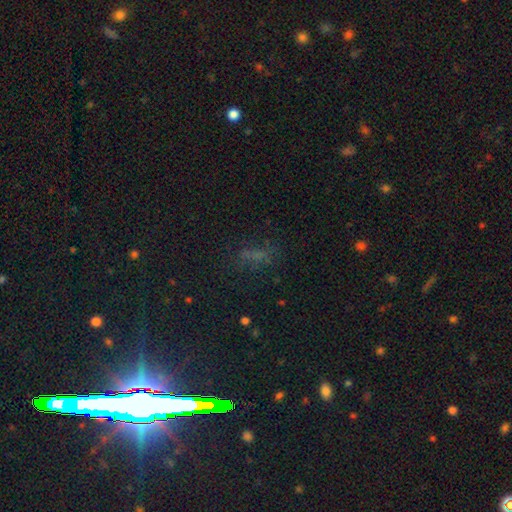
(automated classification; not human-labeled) smooth_or_featured: star or artifact (p=0.44) [alt: smooth p=0.38]